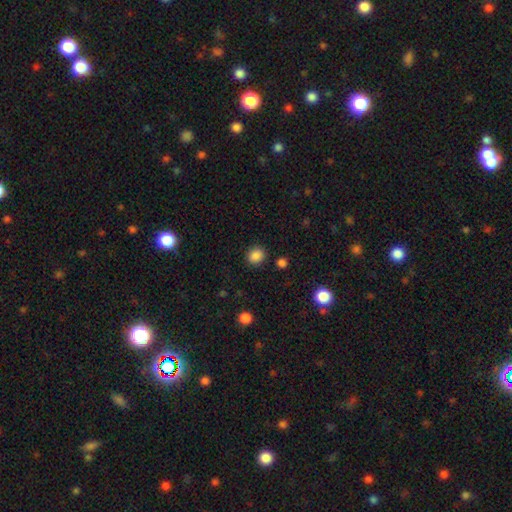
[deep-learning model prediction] Smooth or featured? Predicted: smooth (p=0.86). How rounded? Predicted: round (p=0.77). Merging? Predicted: none (p=0.87).